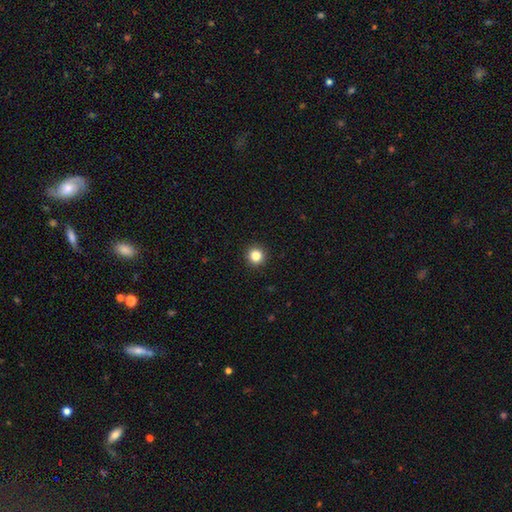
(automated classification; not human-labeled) Smooth or featured?
  - smooth: 84% *
  - star or artifact: 12%
  - featured or disk: 5%
How rounded?
  - round: 95% *
  - in between: 4%
  - cigar-shaped: 1%
Merging?
  - none: 93% *
  - minor disturbance: 4%
  - major disturbance: 2%
  - merger: 1%